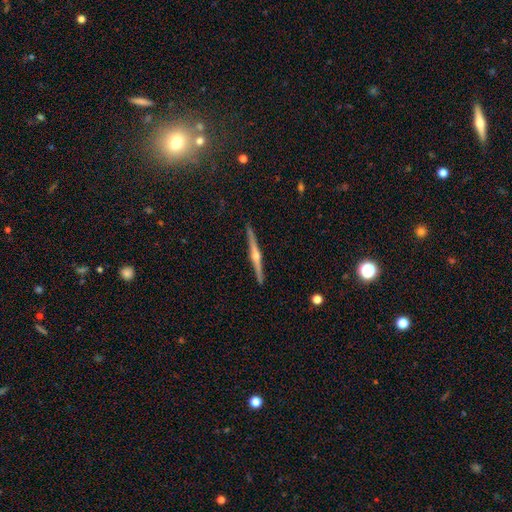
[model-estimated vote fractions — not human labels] Smooth or featured: featured or disk — 83% (smooth — 11%)
Edge-on disk: yes — 99% (no — 1%)
Edge-on bulge: rounded — 92% (none — 4%)
Merging: none — 92% (minor disturbance — 5%)